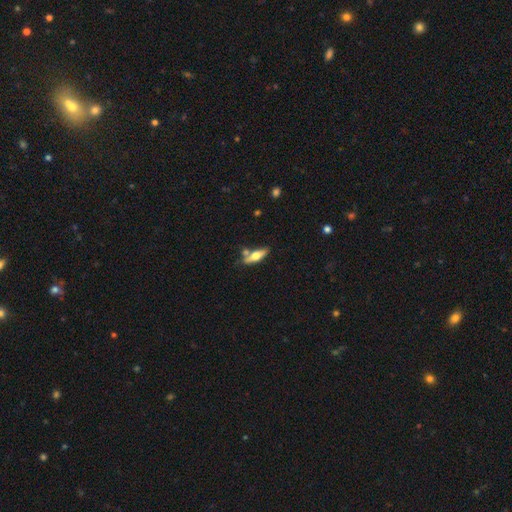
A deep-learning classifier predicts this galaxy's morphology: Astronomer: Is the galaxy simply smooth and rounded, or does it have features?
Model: featured or disk — 48% (runner-up: smooth, 45%).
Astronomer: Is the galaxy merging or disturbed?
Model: none — 64%.